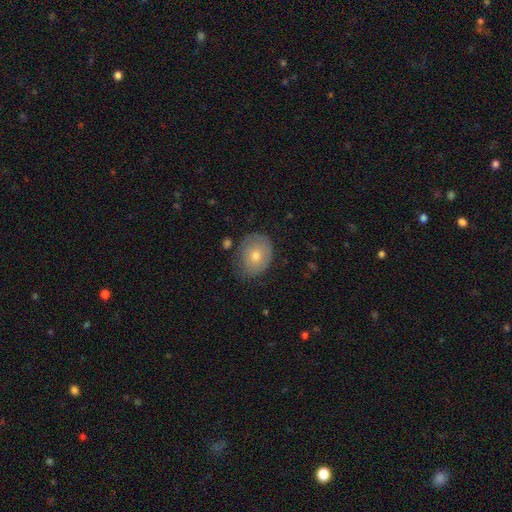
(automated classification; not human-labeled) Overall: smooth (64%; featured or disk 27%). How rounded: in between (52%; round 47%). Merging: none (74%).